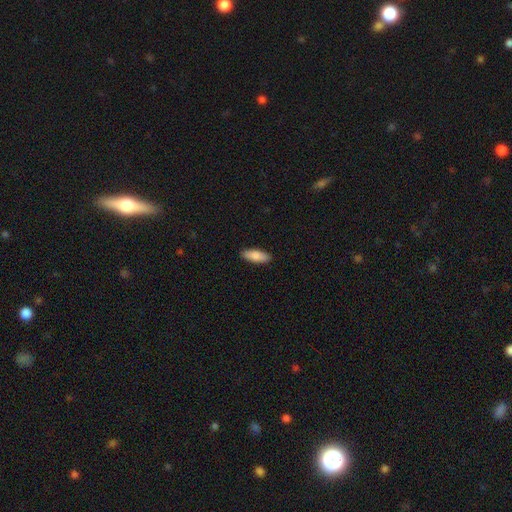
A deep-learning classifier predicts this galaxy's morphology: The model was most divided on "how rounded": in between: 62%, cigar-shaped: 36%, round: 2%. More confident: merging — none (90%); smooth or featured — smooth (85%).